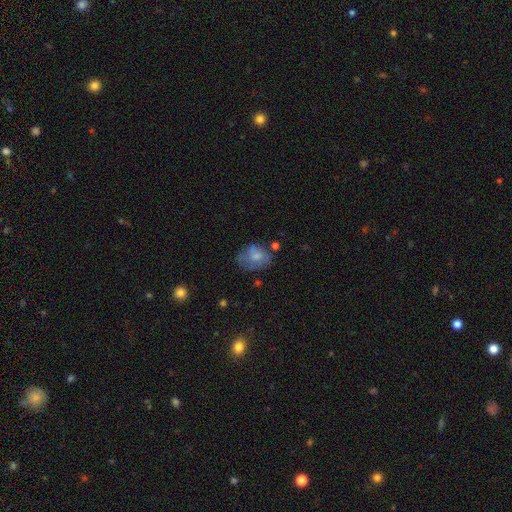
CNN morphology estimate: smooth 66%, featured or disk 25%, star or artifact 9%. Down the decision tree: how rounded — in between (59%); merging — none (46%).